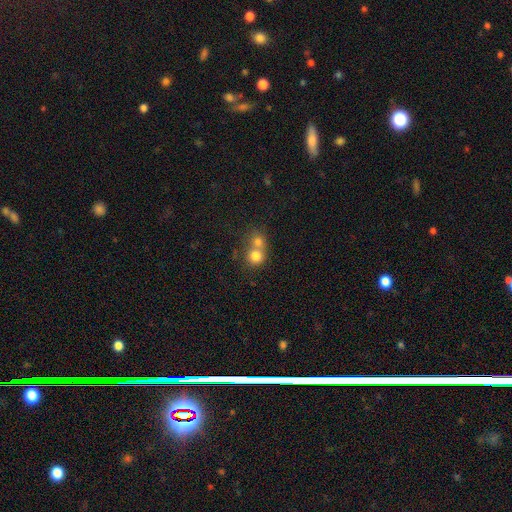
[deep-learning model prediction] Smooth or featured: smooth — 77% (featured or disk — 12%)
How rounded: round — 84% (in between — 15%)
Merging: merger — 58% (none — 34%)